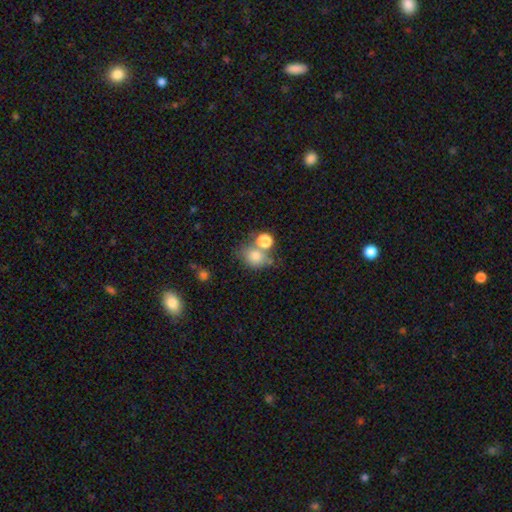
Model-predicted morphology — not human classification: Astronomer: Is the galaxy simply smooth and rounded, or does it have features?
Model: smooth — 75%.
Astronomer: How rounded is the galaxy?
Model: round — 61% (runner-up: in between, 38%).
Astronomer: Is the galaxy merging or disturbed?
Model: none — 48% (runner-up: merger, 31%).